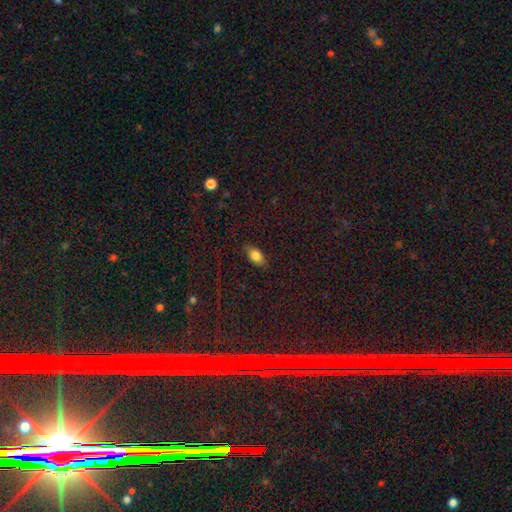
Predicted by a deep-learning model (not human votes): smooth_or_featured: smooth (p=0.81) [alt: featured or disk p=0.10]
how_rounded: in between (p=0.90) [alt: round p=0.05]
merging: none (p=0.84) [alt: minor disturbance p=0.12]